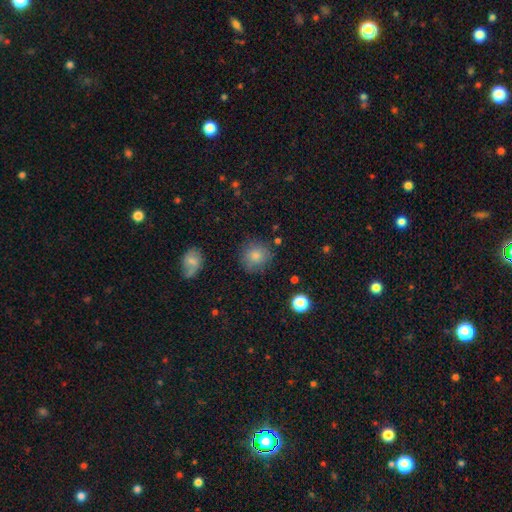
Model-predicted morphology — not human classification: type=smooth (82%); roundness=round (90%); merging=none (81%).